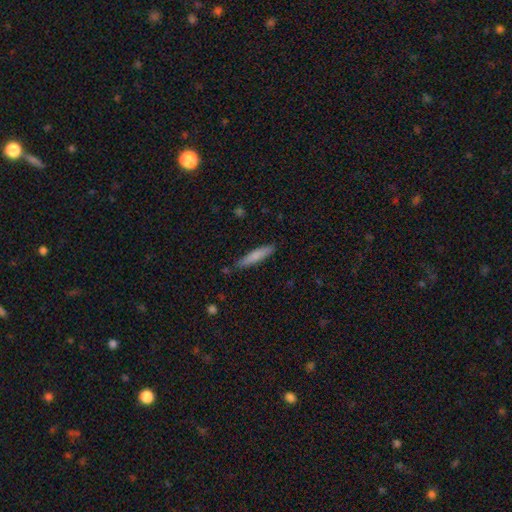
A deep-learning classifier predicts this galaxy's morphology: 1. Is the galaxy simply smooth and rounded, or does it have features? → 77% smooth, 17% featured or disk, 6% star or artifact.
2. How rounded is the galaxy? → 87% cigar-shaped, 12% in between, 1% round.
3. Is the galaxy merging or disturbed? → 84% none, 12% minor disturbance, 2% major disturbance, 2% merger.